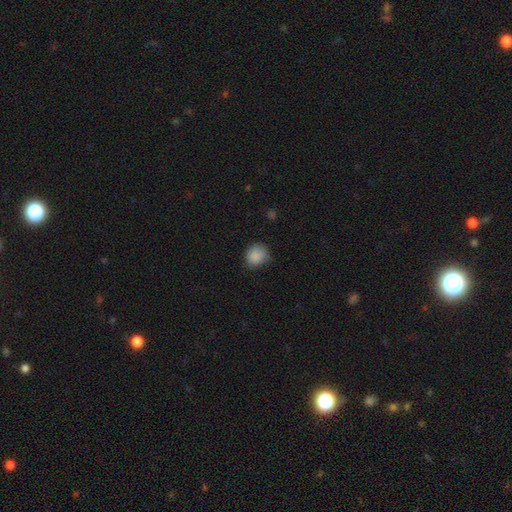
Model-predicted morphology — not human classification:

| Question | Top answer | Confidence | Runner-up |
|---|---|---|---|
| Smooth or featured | smooth | 88% | star or artifact (9%) |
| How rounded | round | 76% | in between (23%) |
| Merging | none | 72% | minor disturbance (23%) |